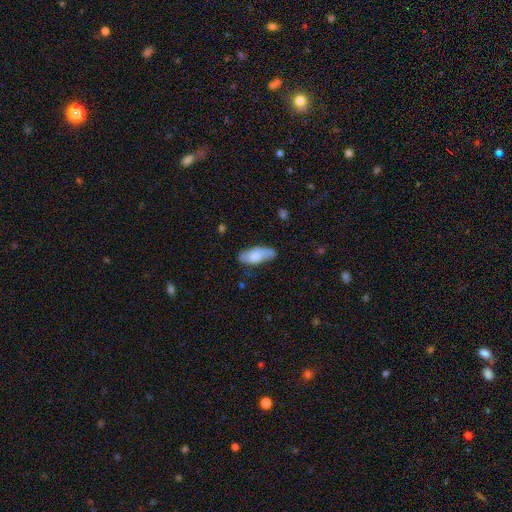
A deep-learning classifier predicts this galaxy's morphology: A smooth galaxy with no disk features (68%) that is in between round and cigar-shaped (79%).

Vote fractions:
- Smooth or featured? smooth: 68% / featured or disk: 26% / star or artifact: 6%
- How rounded? in between: 79% / cigar-shaped: 19% / round: 2%
- Merging? none: 62% / minor disturbance: 28% / major disturbance: 7% / merger: 3%